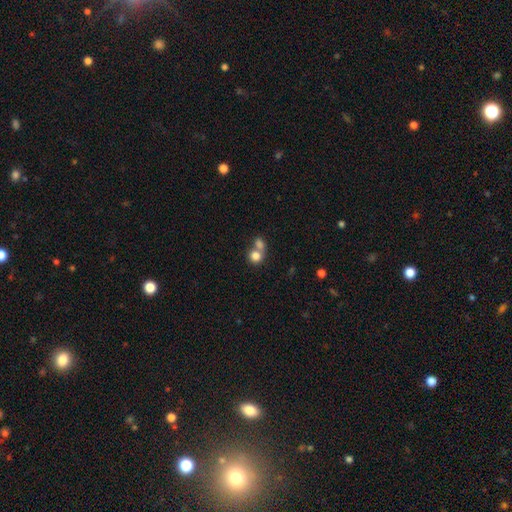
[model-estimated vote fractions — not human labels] Smooth or featured: smooth — 79% (featured or disk — 11%)
How rounded: round — 80% (in between — 19%)
Merging: merger — 56% (none — 34%)